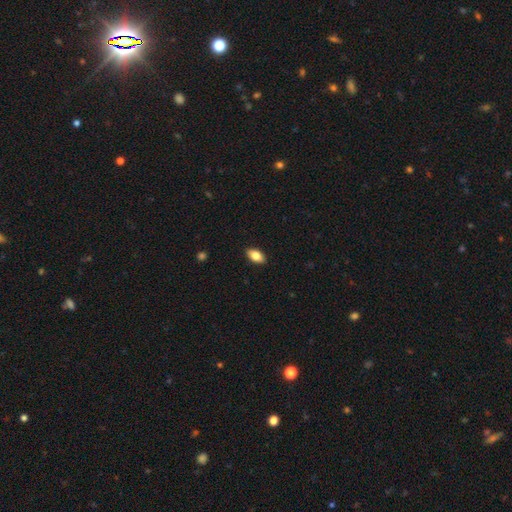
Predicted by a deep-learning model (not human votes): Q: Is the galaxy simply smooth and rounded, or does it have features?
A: smooth — 81%.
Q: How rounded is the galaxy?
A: in between — 91%.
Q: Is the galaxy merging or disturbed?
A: none — 90%.